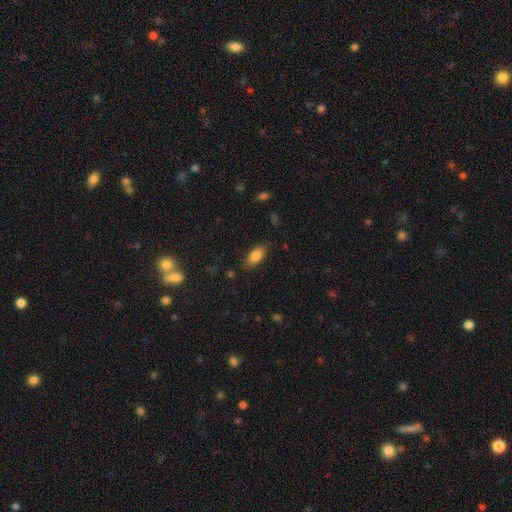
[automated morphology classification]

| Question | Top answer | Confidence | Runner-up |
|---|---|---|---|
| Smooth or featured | smooth | 83% | star or artifact (9%) |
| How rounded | in between | 88% | cigar-shaped (8%) |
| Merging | none | 81% | minor disturbance (14%) |